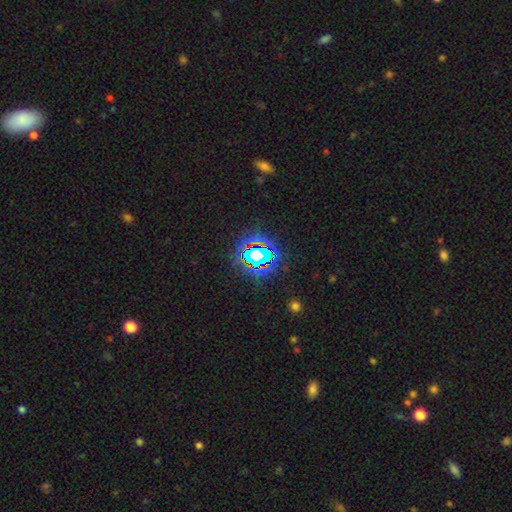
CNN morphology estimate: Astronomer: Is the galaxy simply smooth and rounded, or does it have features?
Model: star or artifact — 75%.